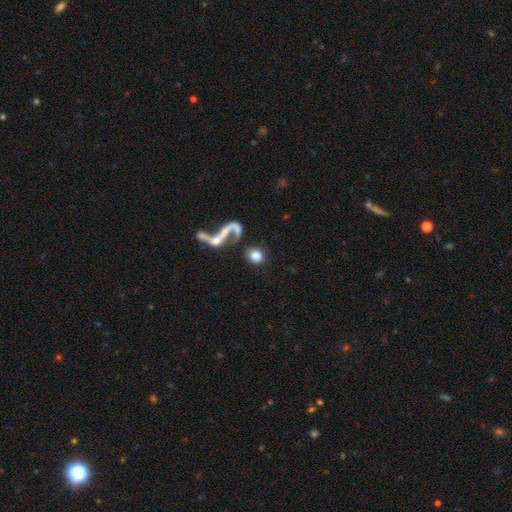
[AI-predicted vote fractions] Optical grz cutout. It shows a smooth galaxy with no disk features (71%) that is round (75%). Merging: none (53%).